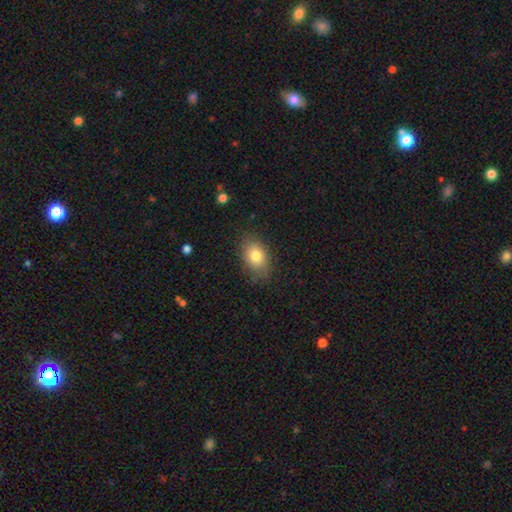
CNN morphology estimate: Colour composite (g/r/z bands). It shows a smooth galaxy with no disk features (80%) that is in between round and cigar-shaped (77%). Merging: none (80%).